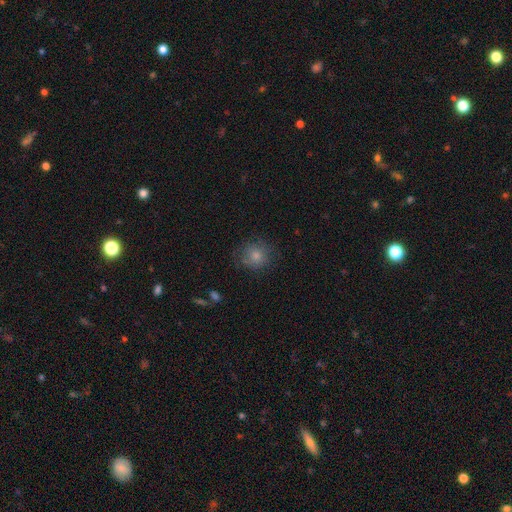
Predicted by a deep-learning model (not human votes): Q: Smooth or featured?
A: smooth (79%); runner-up: featured or disk (12%)
Q: How rounded?
A: round (85%); runner-up: in between (14%)
Q: Merging?
A: none (72%); runner-up: minor disturbance (19%)